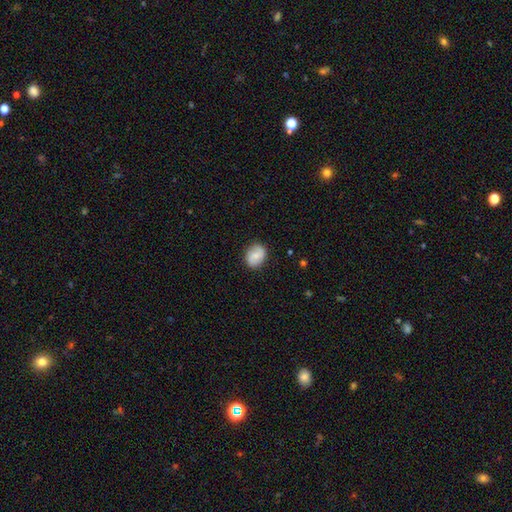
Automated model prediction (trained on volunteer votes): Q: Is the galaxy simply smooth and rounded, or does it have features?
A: smooth — 74%.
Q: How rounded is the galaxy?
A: in between — 59%.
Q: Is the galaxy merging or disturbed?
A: none — 83%.